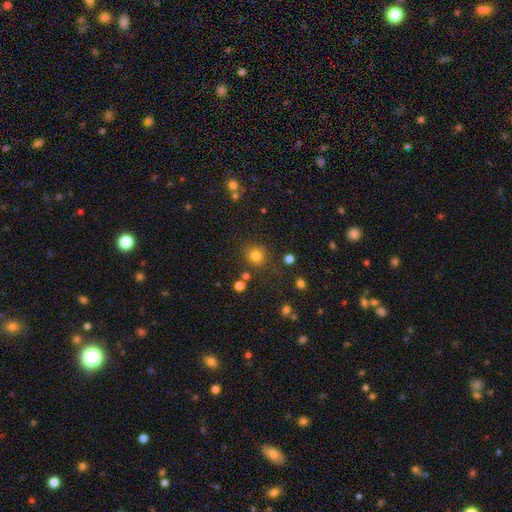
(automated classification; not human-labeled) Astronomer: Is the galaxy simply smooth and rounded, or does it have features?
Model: smooth — 79%.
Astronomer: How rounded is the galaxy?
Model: round — 89%.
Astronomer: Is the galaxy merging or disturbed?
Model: none — 80%.